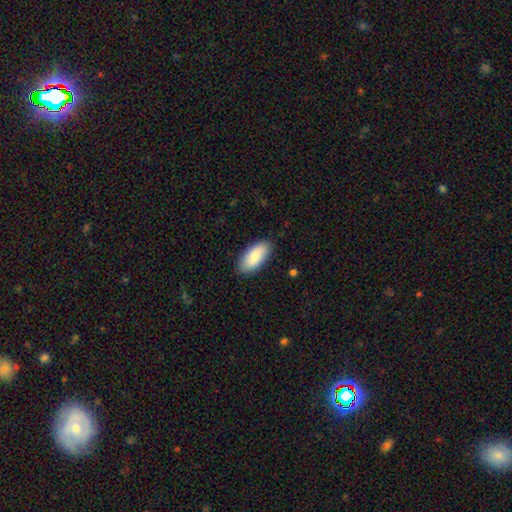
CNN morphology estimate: The model was most divided on "merging": none: 87%, minor disturbance: 10%, major disturbance: 2%, merger: 1%. More confident: how rounded — in between (91%); smooth or featured — smooth (88%).